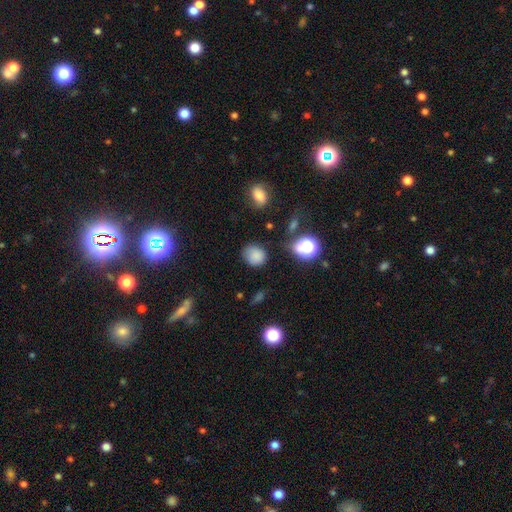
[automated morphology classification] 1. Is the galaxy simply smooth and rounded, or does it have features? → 80% smooth, 13% star or artifact, 7% featured or disk.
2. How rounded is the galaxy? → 71% round, 28% in between, 1% cigar-shaped.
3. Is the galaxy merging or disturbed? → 67% none, 23% minor disturbance, 7% major disturbance, 3% merger.